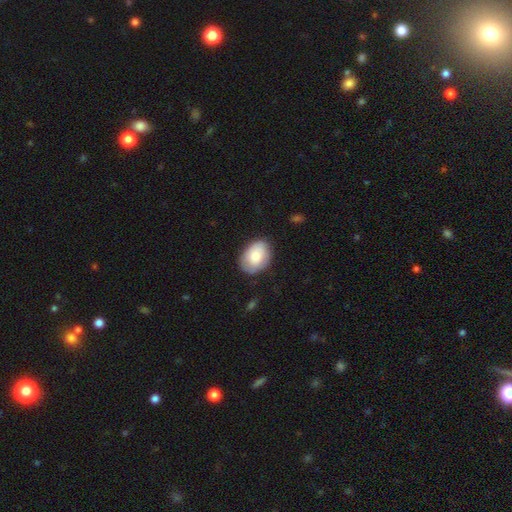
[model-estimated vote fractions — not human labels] Morphology: type=smooth (75%); roundness=in between (78%); merging=none (77%).